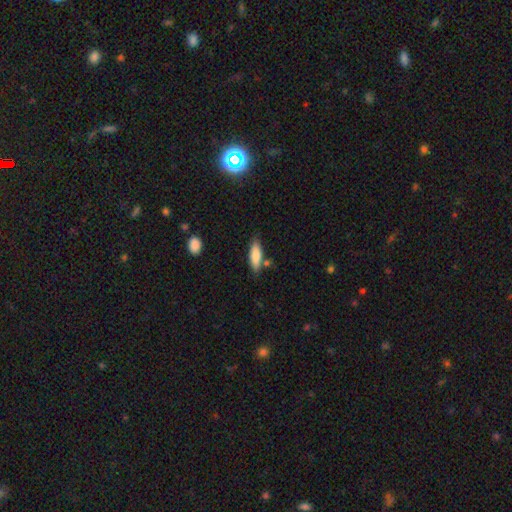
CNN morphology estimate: Smooth or featured: smooth — 82% (featured or disk — 12%)
How rounded: in between — 53% (cigar-shaped — 45%)
Merging: none — 75% (minor disturbance — 16%)